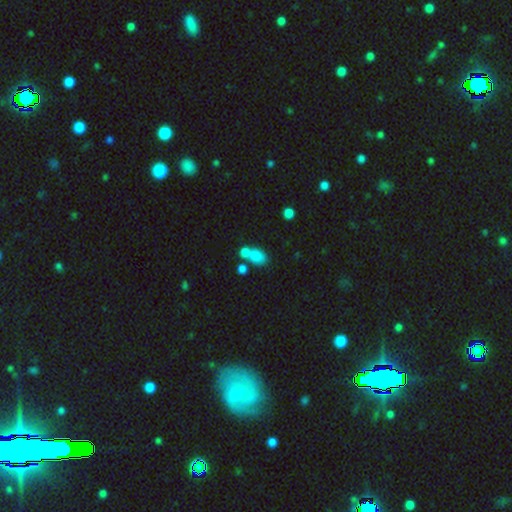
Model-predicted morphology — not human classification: The model was most divided on "merging": merger: 48%, none: 36%, minor disturbance: 10%, major disturbance: 5%. More confident: smooth or featured — smooth (79%); how rounded — in between (73%).